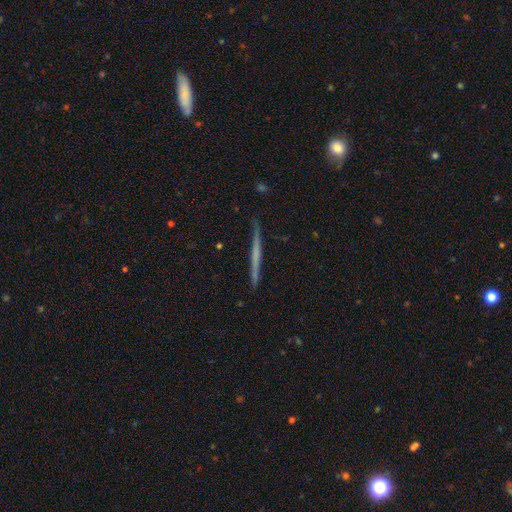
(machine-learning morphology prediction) type=featured or disk (55%); edge-on=yes (98%); edge-on bulge=none (85%); merging=none (89%).